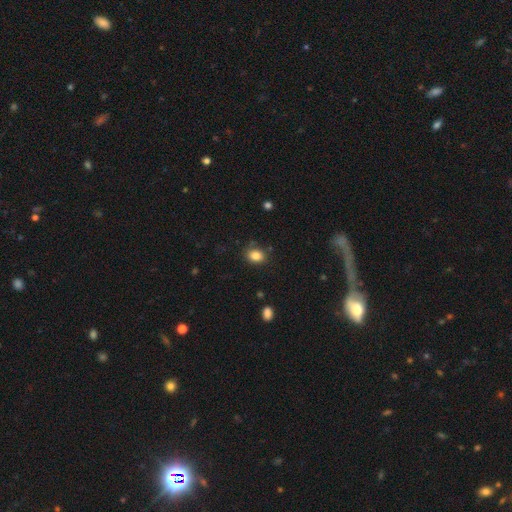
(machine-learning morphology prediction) A smooth galaxy with no disk features (85%) that is in between round and cigar-shaped (62%). Merging: none (80%).